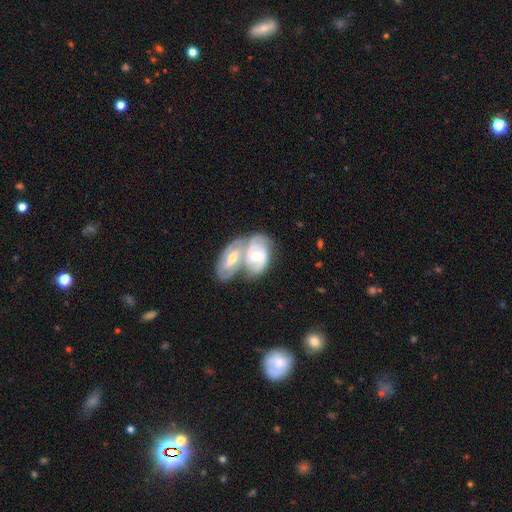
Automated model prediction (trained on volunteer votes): smooth_or_featured: featured or disk (p=0.78) [alt: smooth p=0.17]
disk_edge_on: no (p=0.96) [alt: yes p=0.04]
bar: no (p=0.53) [alt: weak p=0.35]
has_spiral_arms: yes (p=0.90) [alt: no p=0.10]
spiral_winding: tight (p=0.59) [alt: medium p=0.32]
spiral_arm_count: 2 (p=0.45) [alt: can't tell p=0.29]
bulge_size: moderate (p=0.67) [alt: small p=0.26]
merging: merger (p=0.74) [alt: none p=0.15]